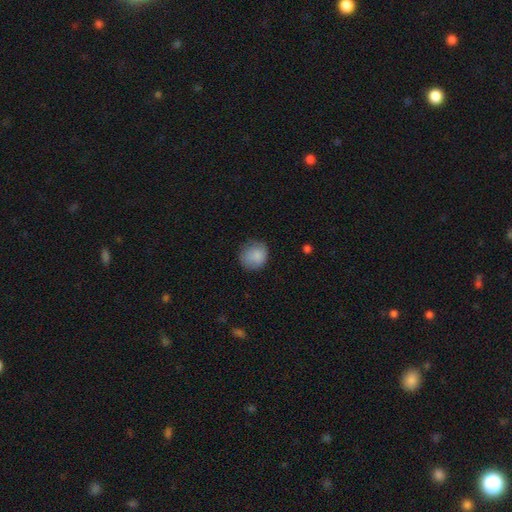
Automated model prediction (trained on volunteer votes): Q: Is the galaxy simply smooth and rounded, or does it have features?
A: smooth — 86%.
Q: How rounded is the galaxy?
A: round — 76%.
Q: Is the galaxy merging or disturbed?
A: none — 74%.